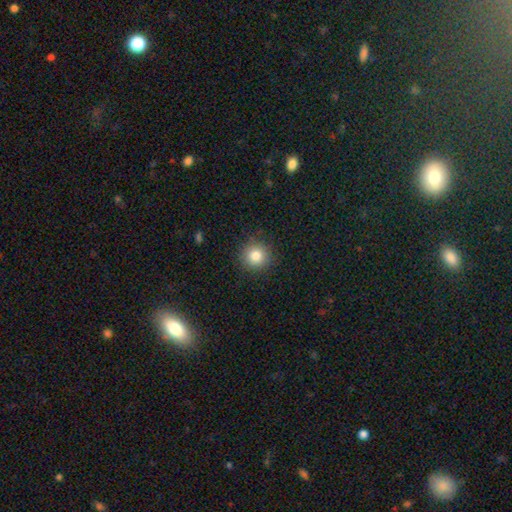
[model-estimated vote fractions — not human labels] This appears to be a smooth galaxy with no disk features (82%) that is round (93%). Merging: none (89%).